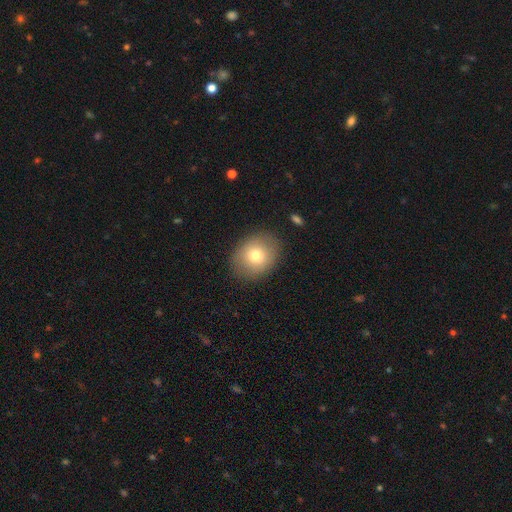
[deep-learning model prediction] This is likely a smooth galaxy (74%). How rounded: possibly round (51%). Merging: clearly none (86%).